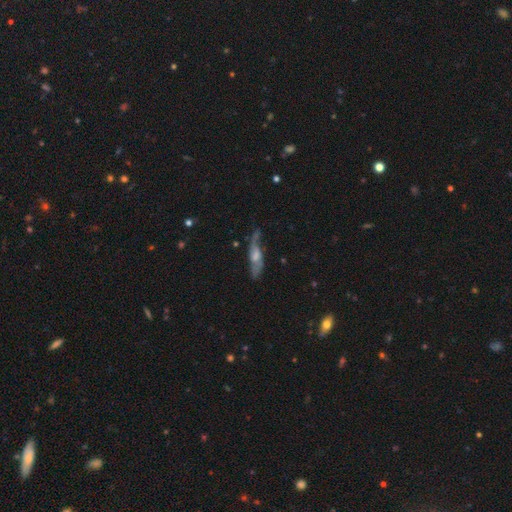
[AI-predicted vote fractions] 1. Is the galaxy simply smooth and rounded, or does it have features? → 67% featured or disk, 25% smooth, 8% star or artifact.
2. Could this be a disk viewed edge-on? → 62% no, 38% yes.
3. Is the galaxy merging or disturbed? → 56% none, 25% minor disturbance, 16% major disturbance, 4% merger.